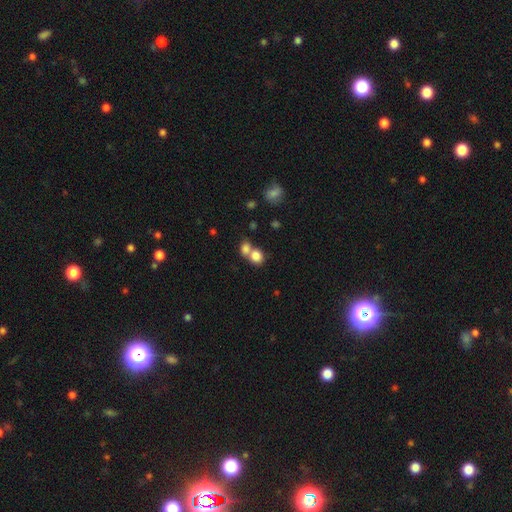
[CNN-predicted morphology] A smooth galaxy with no disk features (81%) that is round (67%). Merging: merger (57%).